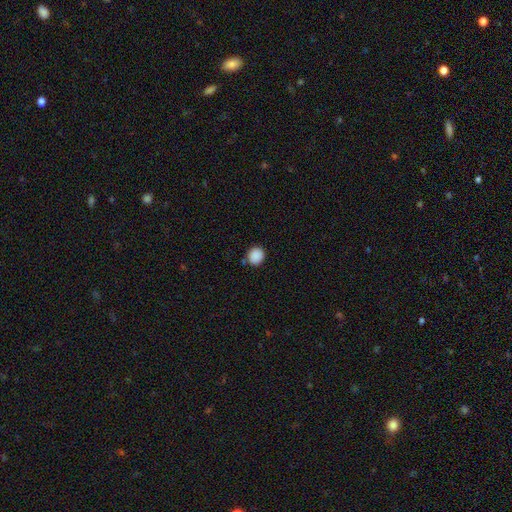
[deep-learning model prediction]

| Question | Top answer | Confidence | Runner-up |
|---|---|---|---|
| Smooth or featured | smooth | 89% | star or artifact (9%) |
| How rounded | round | 85% | in between (15%) |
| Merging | none | 84% | minor disturbance (9%) |